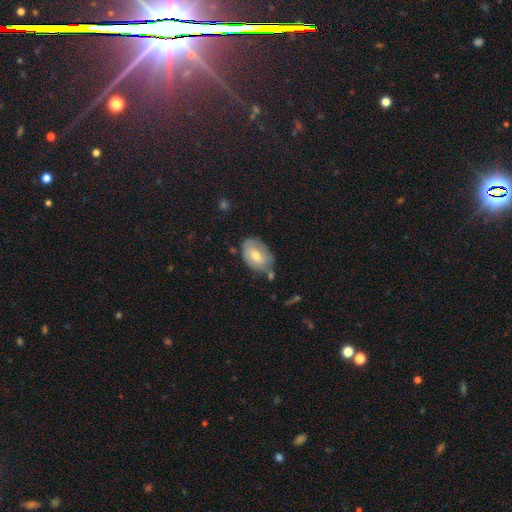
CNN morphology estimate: Smooth or featured? Predicted: smooth (p=0.58). How rounded? Predicted: in between (p=0.86). Merging? Predicted: none (p=0.55).